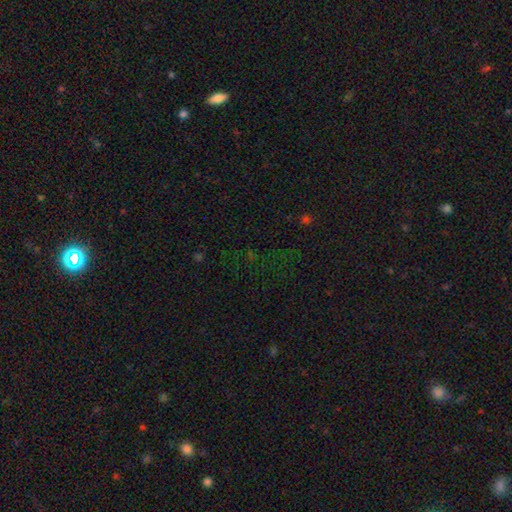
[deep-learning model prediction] This appears to be a star or artifact, not a galaxy (70%).